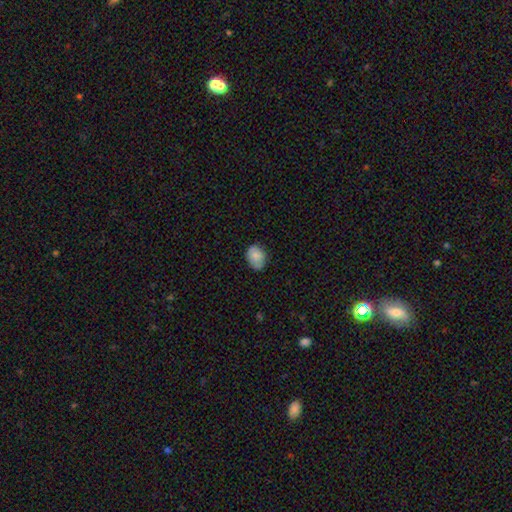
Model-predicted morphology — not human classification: A smooth galaxy with no disk features (81%) that is in between round and cigar-shaped (64%). Merging: none (75%).